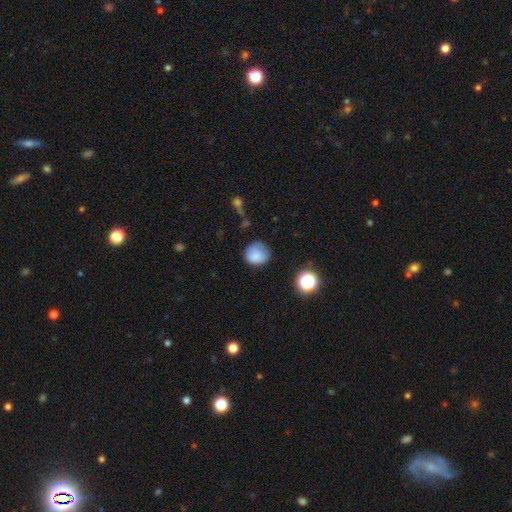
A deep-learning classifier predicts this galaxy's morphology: smooth_or_featured: smooth (p=0.78) [alt: star or artifact p=0.11]
how_rounded: round (p=0.83) [alt: in between p=0.16]
merging: none (p=0.65) [alt: minor disturbance p=0.24]